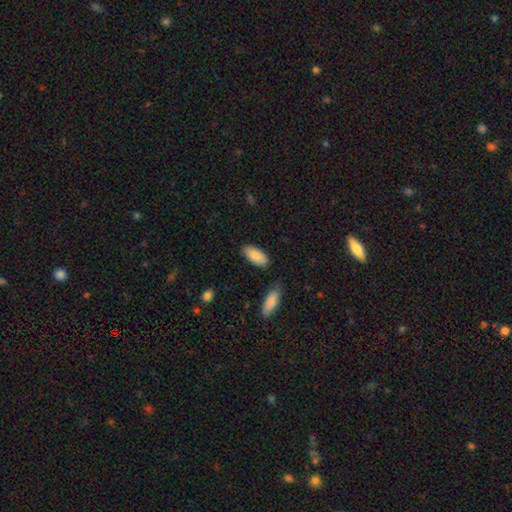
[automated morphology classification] A smooth galaxy with no disk features (87%) that is in between round and cigar-shaped (88%).

Vote fractions:
- Smooth or featured? smooth: 87% / featured or disk: 7% / star or artifact: 6%
- How rounded? in between: 88% / cigar-shaped: 10% / round: 2%
- Merging? none: 80% / minor disturbance: 13% / merger: 4% / major disturbance: 3%